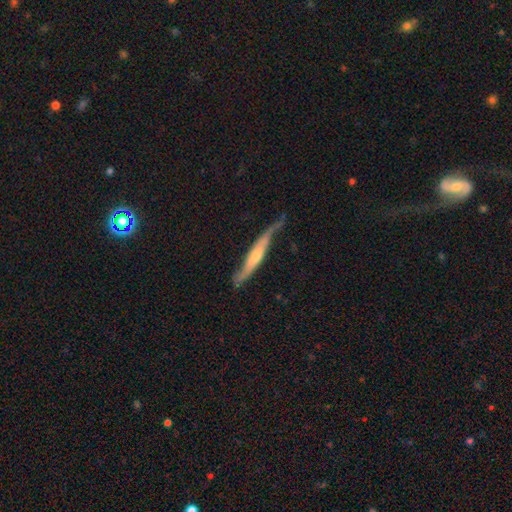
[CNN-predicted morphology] Q: Smooth or featured?
A: featured or disk (76%); runner-up: smooth (17%)
Q: Edge-on disk?
A: yes (84%); runner-up: no (16%)
Q: Edge-on bulge?
A: rounded (70%); runner-up: none (20%)
Q: Merging?
A: none (64%); runner-up: minor disturbance (25%)